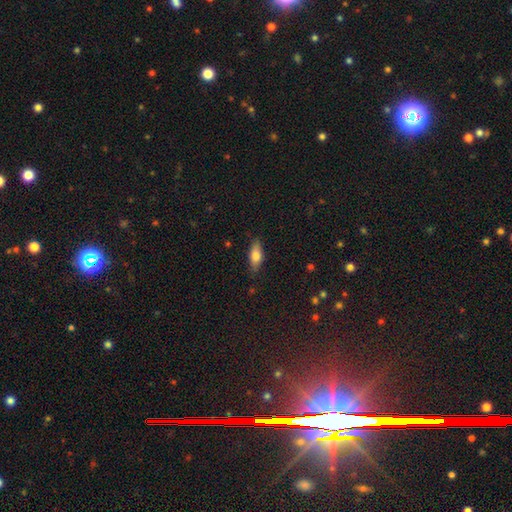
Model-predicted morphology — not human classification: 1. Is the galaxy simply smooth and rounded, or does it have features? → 77% smooth, 16% featured or disk, 7% star or artifact.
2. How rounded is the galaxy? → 78% in between, 20% cigar-shaped, 3% round.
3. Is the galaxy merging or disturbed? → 81% none, 15% minor disturbance, 3% major disturbance, 1% merger.